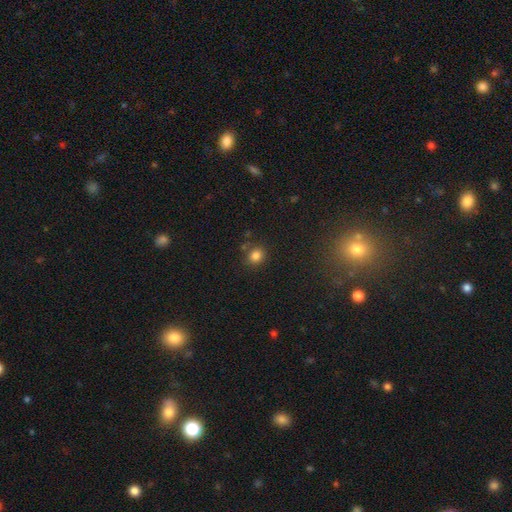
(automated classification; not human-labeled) smooth-or-featured: smooth: 82% | star or artifact: 13% | featured or disk: 5%
  how-rounded: round: 76% | in between: 23% | cigar-shaped: 1%
  merging: none: 78% | minor disturbance: 12% | merger: 6% | major disturbance: 4%